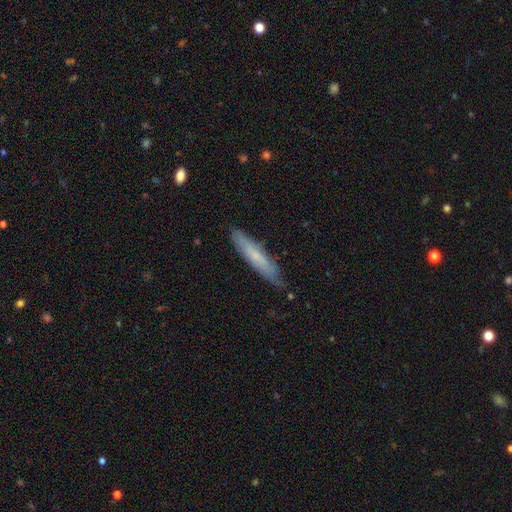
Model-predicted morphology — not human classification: smooth_or_featured: smooth (p=0.59) [alt: featured or disk p=0.35]
how_rounded: cigar-shaped (p=0.88) [alt: in between p=0.11]
merging: none (p=0.80) [alt: minor disturbance p=0.16]